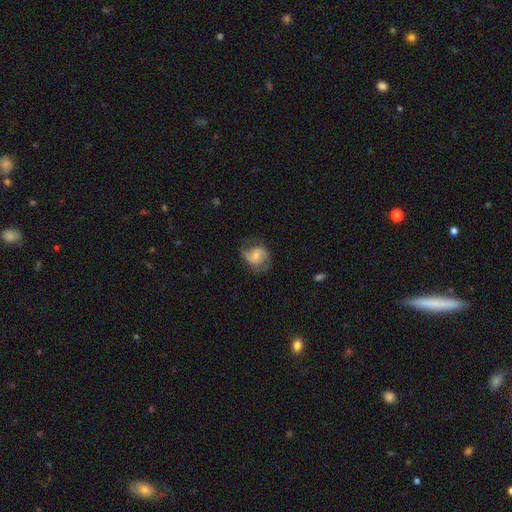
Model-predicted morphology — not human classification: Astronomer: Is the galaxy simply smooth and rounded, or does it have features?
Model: featured or disk — 66%.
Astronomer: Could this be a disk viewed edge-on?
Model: no — 97%.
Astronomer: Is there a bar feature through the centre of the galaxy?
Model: no — 51% (runner-up: weak, 38%).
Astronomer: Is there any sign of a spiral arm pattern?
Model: yes — 89%.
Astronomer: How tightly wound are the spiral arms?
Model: medium — 48% (runner-up: loose, 29%).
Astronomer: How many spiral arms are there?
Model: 2 — 81%.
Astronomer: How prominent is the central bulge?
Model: moderate — 48% (runner-up: small, 42%).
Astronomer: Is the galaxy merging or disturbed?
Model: none — 62%.